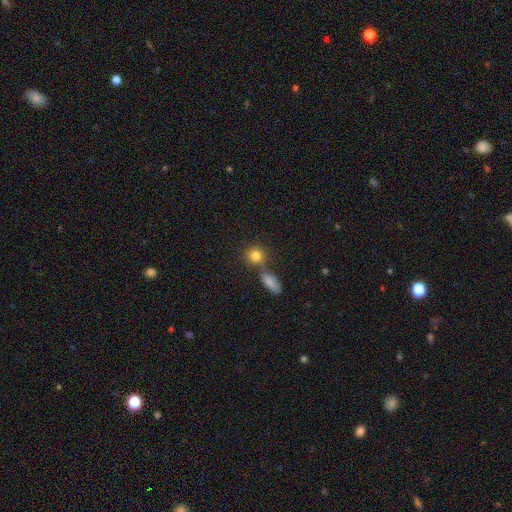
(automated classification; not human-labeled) Smooth or featured?
  - smooth: 83% *
  - star or artifact: 10%
  - featured or disk: 8%
How rounded?
  - round: 79% *
  - in between: 19%
  - cigar-shaped: 2%
Merging?
  - none: 60% *
  - merger: 26%
  - minor disturbance: 10%
  - major disturbance: 4%